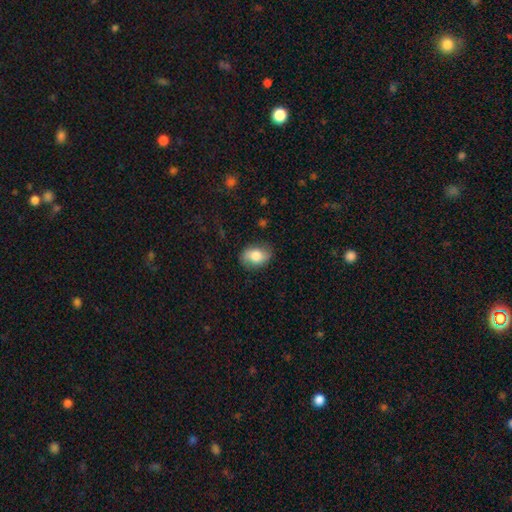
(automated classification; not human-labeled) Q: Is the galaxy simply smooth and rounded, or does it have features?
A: smooth — 68%.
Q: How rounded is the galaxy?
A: in between — 78%.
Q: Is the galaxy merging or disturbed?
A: none — 79%.